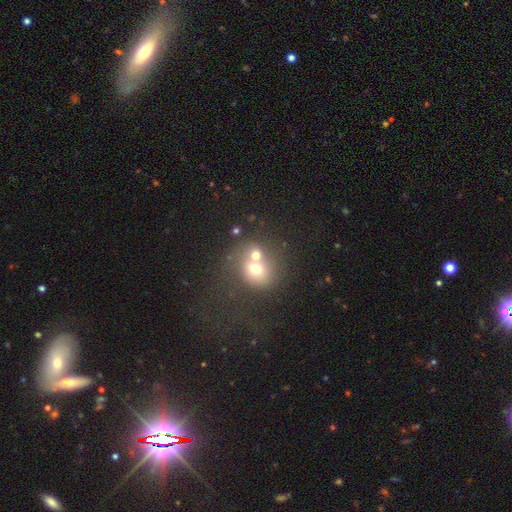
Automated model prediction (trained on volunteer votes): Smooth or featured? Predicted: smooth (p=0.65). How rounded? Predicted: round (p=0.73). Merging? Predicted: merger (p=0.61).